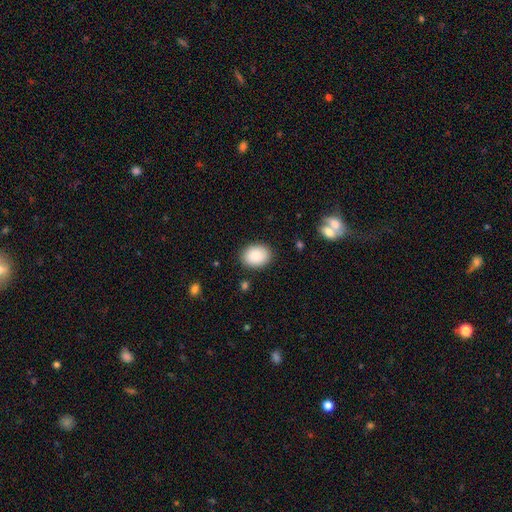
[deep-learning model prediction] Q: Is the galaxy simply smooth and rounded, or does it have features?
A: smooth — 88%.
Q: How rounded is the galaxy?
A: in between — 69%.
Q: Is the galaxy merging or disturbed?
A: none — 87%.